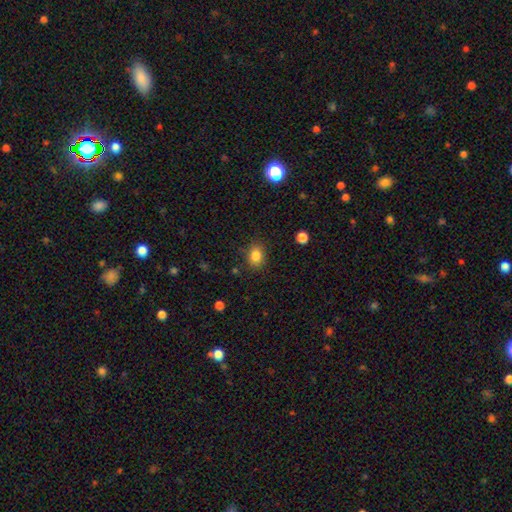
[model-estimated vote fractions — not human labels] Overall: smooth (84%). How rounded: in between (61%; round 38%). Merging: none (84%).